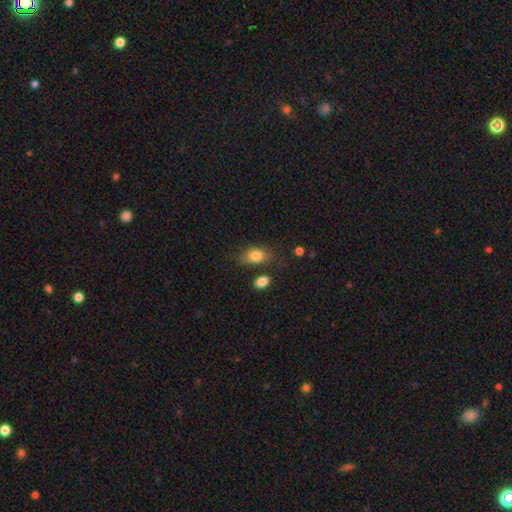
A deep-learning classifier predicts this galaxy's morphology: A smooth galaxy with no disk features (83%) that is in between round and cigar-shaped (79%). Merging: none (60%).